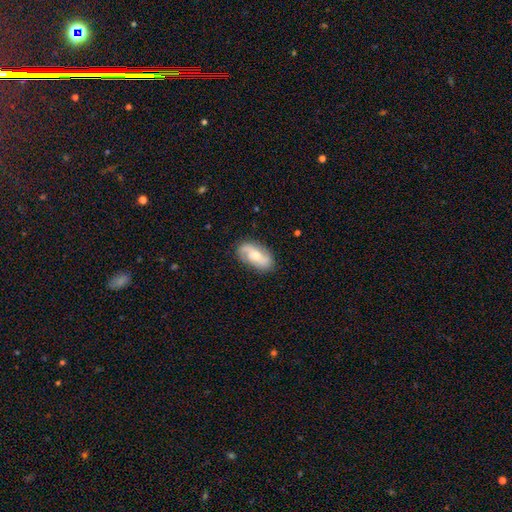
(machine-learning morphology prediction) A featured or disk galaxy (68%) with no bar (58%), 2 (76%) medium (44%) spiral arms (92%) and a moderate central bulge (55%). Merging: none (79%).